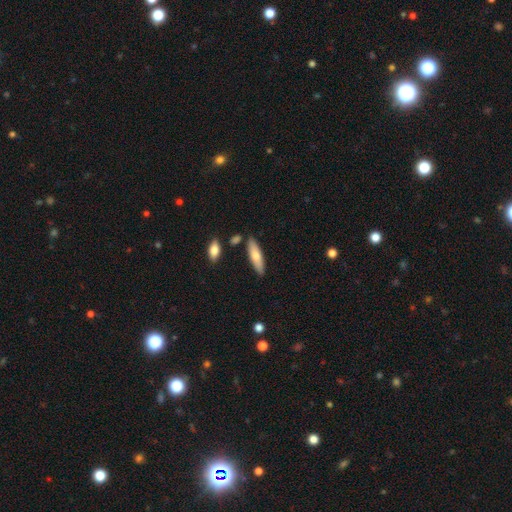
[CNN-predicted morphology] The model was most divided on "how rounded": cigar-shaped: 61%, in between: 37%, round: 2%. More confident: merging — none (83%); smooth or featured — smooth (70%).